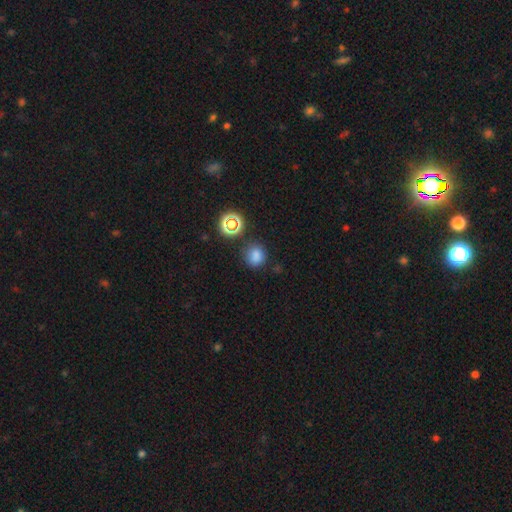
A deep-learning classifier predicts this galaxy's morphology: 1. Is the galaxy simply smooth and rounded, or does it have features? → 77% smooth, 18% star or artifact, 6% featured or disk.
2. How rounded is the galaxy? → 77% round, 22% in between, 1% cigar-shaped.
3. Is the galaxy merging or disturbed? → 75% none, 14% minor disturbance, 6% merger, 4% major disturbance.